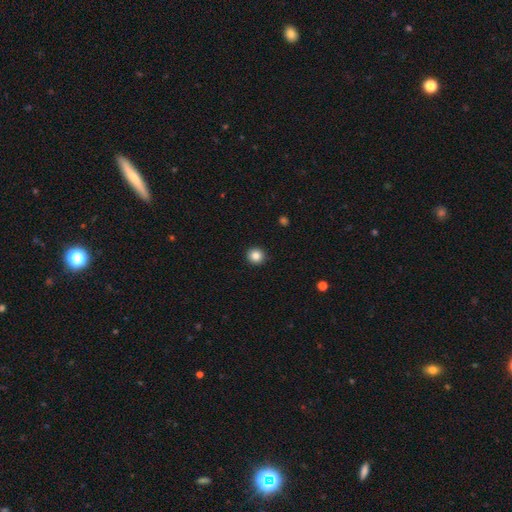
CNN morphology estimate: smooth-or-featured: smooth: 85% | star or artifact: 10% | featured or disk: 5%
  how-rounded: round: 91% | in between: 8% | cigar-shaped: 1%
  merging: none: 93% | minor disturbance: 5% | major disturbance: 2% | merger: 1%